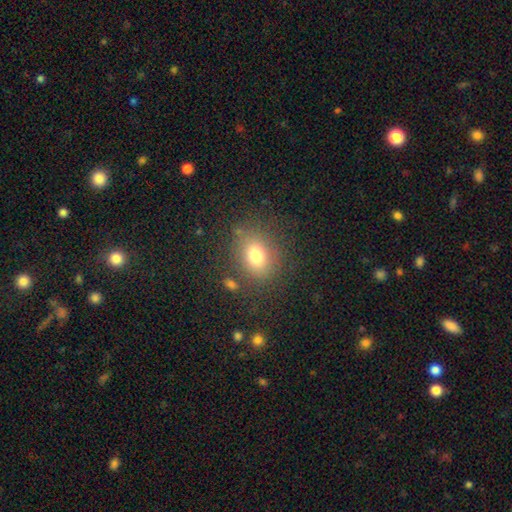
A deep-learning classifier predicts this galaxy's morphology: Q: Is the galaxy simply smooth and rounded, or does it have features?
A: smooth — 76%.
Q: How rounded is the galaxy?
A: round — 50%.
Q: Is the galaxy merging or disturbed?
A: none — 79%.